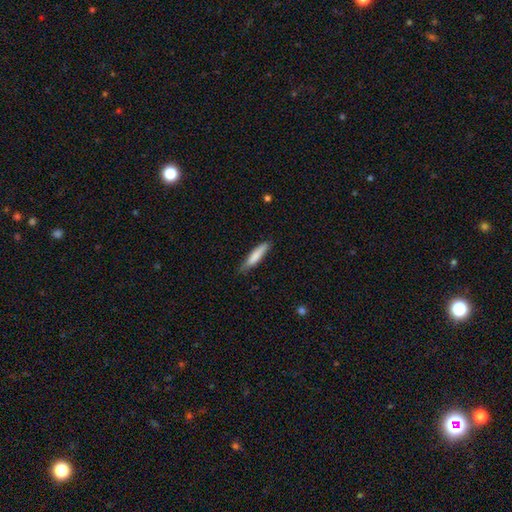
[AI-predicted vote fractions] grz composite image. It shows a smooth galaxy with no disk features (80%) that is cigar-shaped (84%). Merging: none (76%).